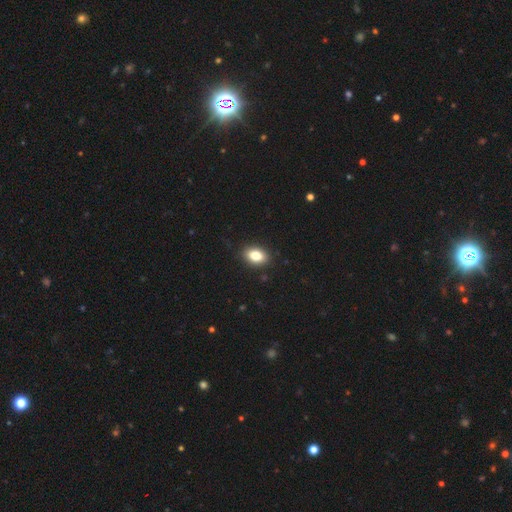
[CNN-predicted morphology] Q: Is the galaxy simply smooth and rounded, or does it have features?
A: smooth — 83%.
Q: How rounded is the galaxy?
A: in between — 84%.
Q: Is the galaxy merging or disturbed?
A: none — 89%.